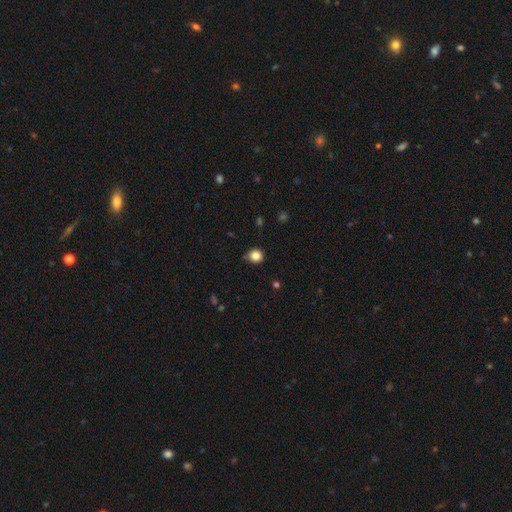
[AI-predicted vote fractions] smooth_or_featured: smooth (p=0.82) [alt: star or artifact p=0.12]
how_rounded: round (p=0.86) [alt: in between p=0.13]
merging: none (p=0.76) [alt: minor disturbance p=0.19]